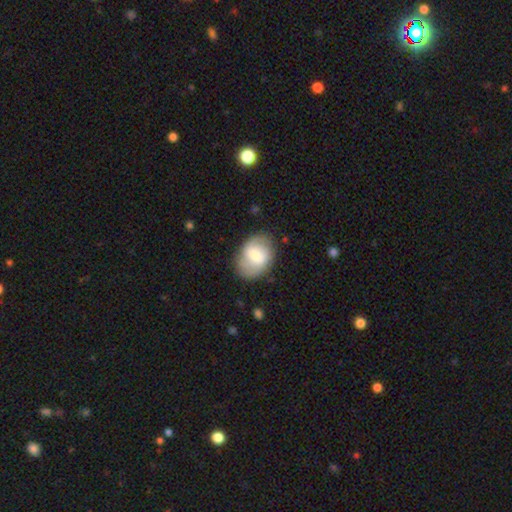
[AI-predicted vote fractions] smooth_or_featured: smooth (p=0.57) [alt: featured or disk p=0.36]
how_rounded: in between (p=0.66) [alt: round p=0.33]
merging: none (p=0.76) [alt: minor disturbance p=0.17]